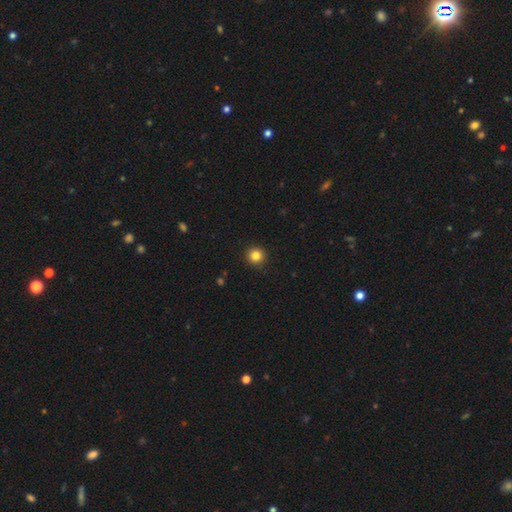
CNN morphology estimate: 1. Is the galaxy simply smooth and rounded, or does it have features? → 84% smooth, 12% star or artifact, 5% featured or disk.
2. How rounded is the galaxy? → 95% round, 4% in between, 1% cigar-shaped.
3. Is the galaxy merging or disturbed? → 93% none, 4% minor disturbance, 2% major disturbance, 1% merger.